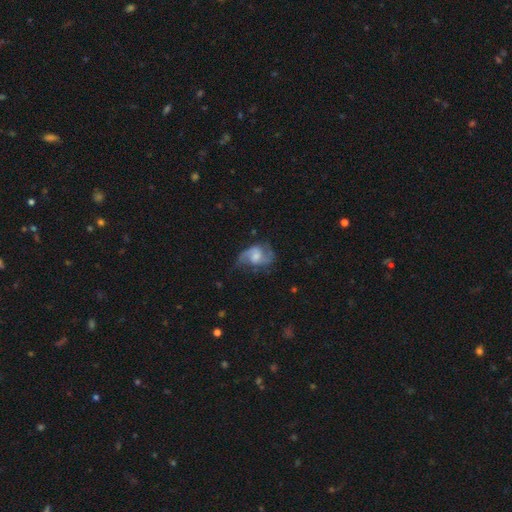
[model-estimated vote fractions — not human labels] smooth-or-featured: featured or disk: 79% | smooth: 14% | star or artifact: 7%
  disk-edge-on: no: 97% | yes: 3%
    bar: no: 47% | weak: 44% | strong: 8%
    has-spiral-arms: yes: 94% | no: 6%
      spiral-winding: medium: 47% | loose: 40% | tight: 13%
      spiral-arm-count: 2: 84% | can't tell: 6% | 1: 5% | 3: 2% | 4: 1% | more than 4: 1%
    bulge-size: moderate: 41% | small: 30% | none: 16% | large: 11% | dominant: 2%
  merging: none: 59% | minor disturbance: 23% | major disturbance: 16% | merger: 2%